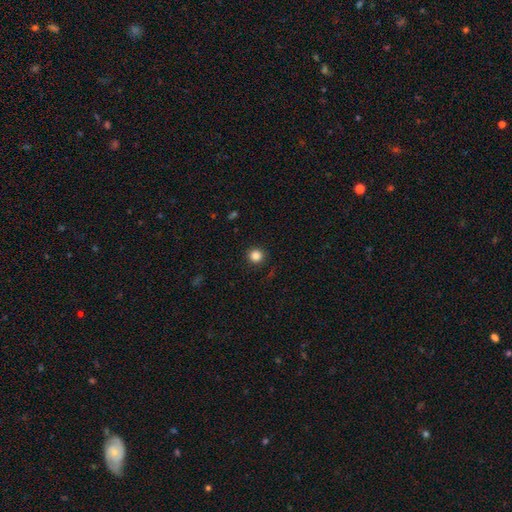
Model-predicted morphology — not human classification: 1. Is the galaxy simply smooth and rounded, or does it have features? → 85% smooth, 11% star or artifact, 3% featured or disk.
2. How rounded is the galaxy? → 95% round, 4% in between, 1% cigar-shaped.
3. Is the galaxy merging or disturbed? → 91% none, 6% minor disturbance, 2% major disturbance, 1% merger.